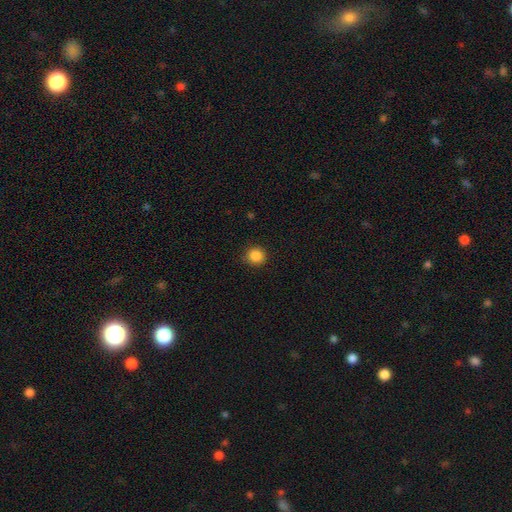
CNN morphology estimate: smooth 86%, star or artifact 11%, featured or disk 3%. Down the decision tree: how rounded — round (91%); merging — none (88%).